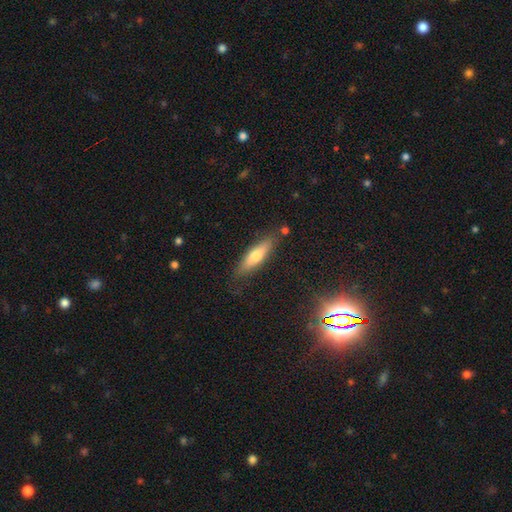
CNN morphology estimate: Smooth or featured: smooth — 61% (featured or disk — 32%)
How rounded: cigar-shaped — 67% (in between — 31%)
Merging: none — 82% (minor disturbance — 13%)